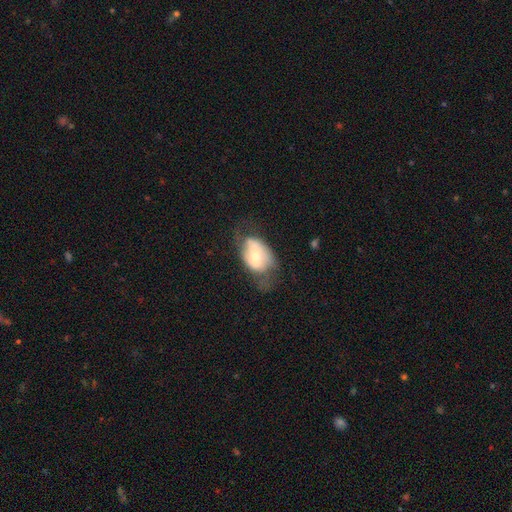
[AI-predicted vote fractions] A featured or disk galaxy (57%) with a weak bar (43%), spiral arms (66%) and a moderate central bulge (56%).

Vote fractions:
- Smooth or featured? featured or disk: 57% / smooth: 36% / star or artifact: 7%
- Edge-on disk? no: 94% / yes: 6%
- Bar? weak: 43% / strong: 29% / no: 28%
- Spiral arms? yes: 66% / no: 34%
- Bulge size? moderate: 56% / small: 34% / large: 7% / none: 2% / dominant: 1%
- Merging? none: 46% / minor disturbance: 29% / major disturbance: 23% / merger: 2%